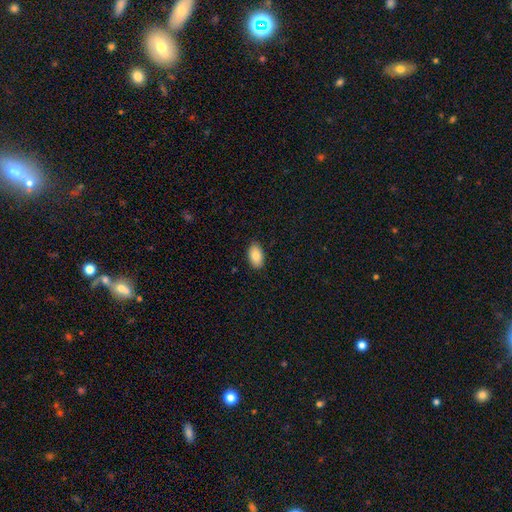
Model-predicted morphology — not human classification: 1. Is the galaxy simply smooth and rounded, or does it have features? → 85% smooth, 8% featured or disk, 7% star or artifact.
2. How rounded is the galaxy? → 94% in between, 4% round, 2% cigar-shaped.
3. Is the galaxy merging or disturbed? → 88% none, 9% minor disturbance, 2% major disturbance, 1% merger.